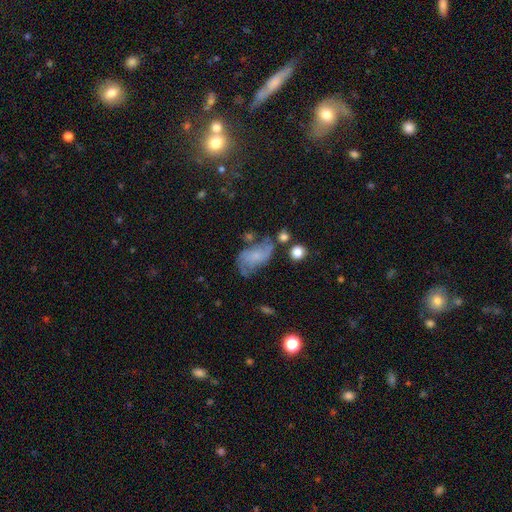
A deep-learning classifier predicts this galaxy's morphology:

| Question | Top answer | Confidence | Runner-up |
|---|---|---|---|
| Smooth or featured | featured or disk | 52% | smooth (36%) |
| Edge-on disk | no | 96% | yes (4%) |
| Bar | no | 68% | weak (26%) |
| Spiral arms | yes | 76% | no (24%) |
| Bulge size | small | 43% | none (36%) |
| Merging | none | 41% | minor disturbance (28%) |